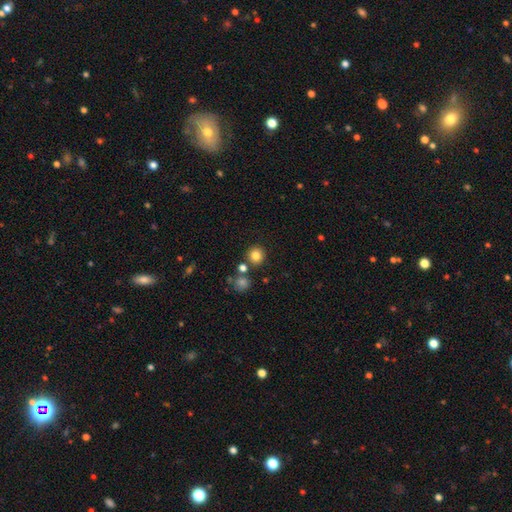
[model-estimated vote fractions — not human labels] A smooth galaxy with no disk features (82%) that is round (92%). Merging: none (83%).